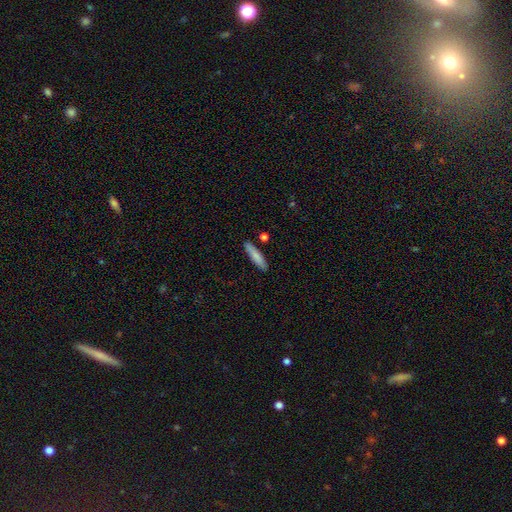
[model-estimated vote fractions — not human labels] A smooth galaxy with no disk features (82%) that is cigar-shaped (80%). Merging: none (86%).